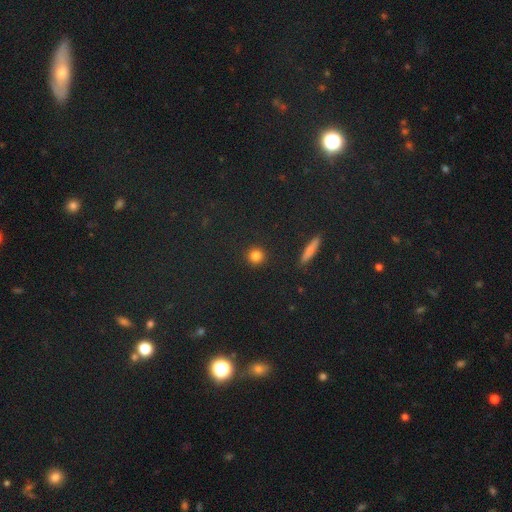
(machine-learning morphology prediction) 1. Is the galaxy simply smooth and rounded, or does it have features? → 83% smooth, 12% star or artifact, 5% featured or disk.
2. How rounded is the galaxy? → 94% round, 5% in between, 1% cigar-shaped.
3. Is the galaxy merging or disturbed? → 92% none, 5% minor disturbance, 2% major disturbance, 1% merger.